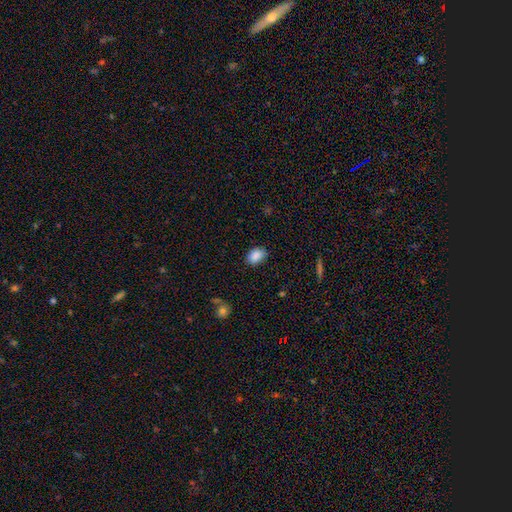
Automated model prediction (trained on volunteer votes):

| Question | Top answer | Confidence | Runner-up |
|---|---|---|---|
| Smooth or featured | smooth | 88% | star or artifact (8%) |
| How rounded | in between | 82% | round (17%) |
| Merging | none | 81% | minor disturbance (15%) |